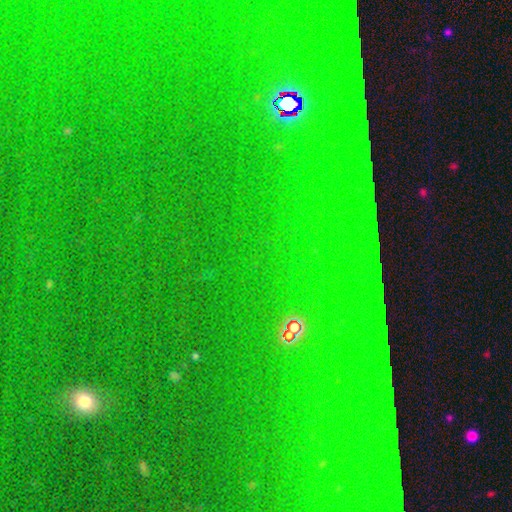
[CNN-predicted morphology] This appears to be a star or artifact, not a galaxy (79%).